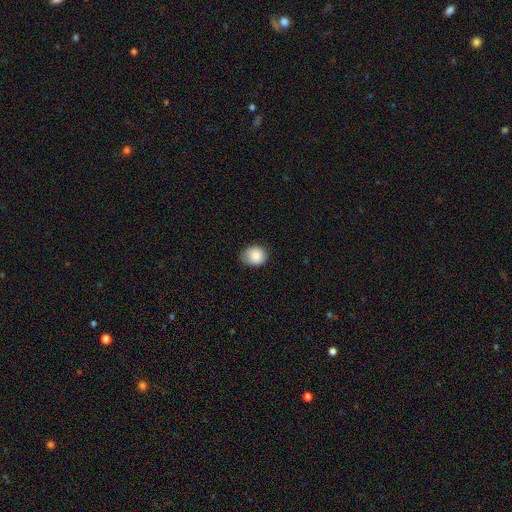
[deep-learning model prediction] This is clearly a smooth galaxy (85%). How rounded: possibly round (58%). Merging: likely none (64%).